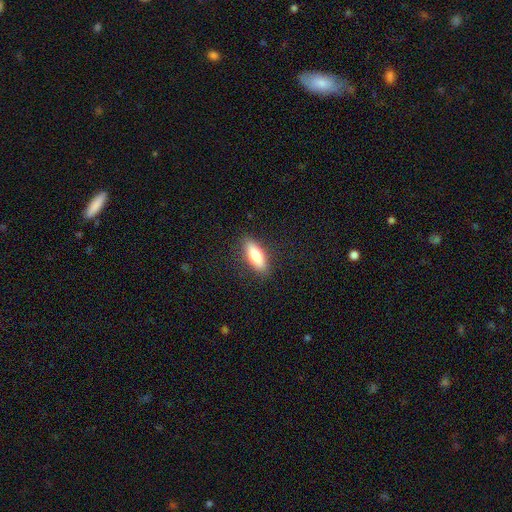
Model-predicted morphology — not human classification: Smooth or featured? smooth (74%)
How rounded? in between (63%)
Merging? none (87%)